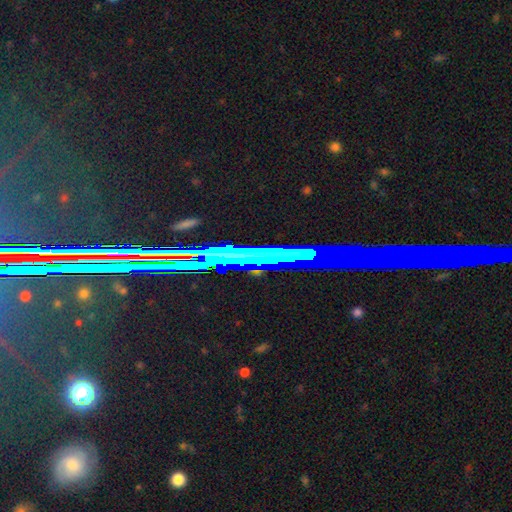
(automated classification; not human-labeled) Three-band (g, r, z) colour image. It shows a star or artifact, not a galaxy (44%).